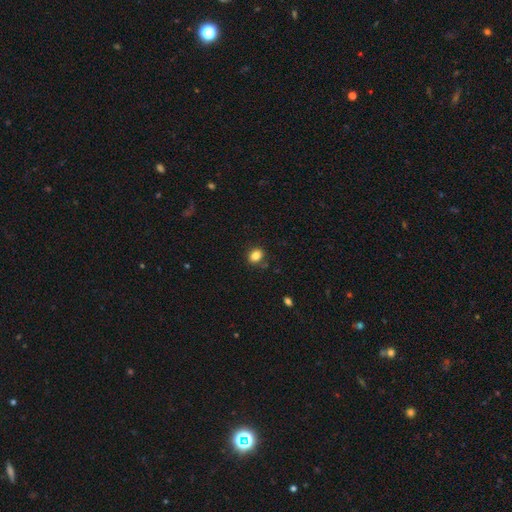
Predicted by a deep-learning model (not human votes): Q: Smooth or featured?
A: smooth (84%); runner-up: star or artifact (11%)
Q: How rounded?
A: in between (57%); runner-up: round (42%)
Q: Merging?
A: none (83%); runner-up: minor disturbance (12%)